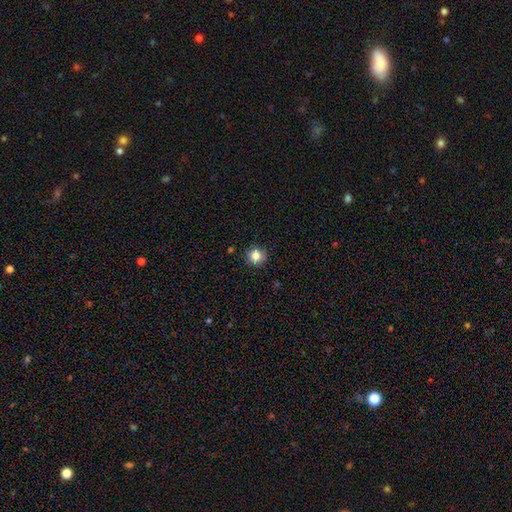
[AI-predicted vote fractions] The model was most divided on "smooth or featured": smooth: 83%, star or artifact: 11%, featured or disk: 6%. More confident: how rounded — round (94%); merging — none (90%).